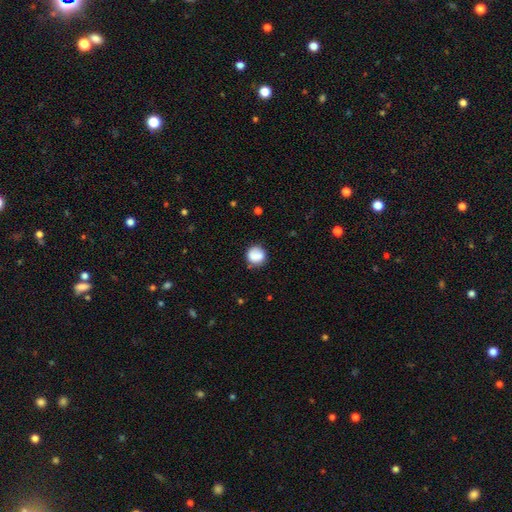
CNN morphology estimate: Q: Smooth or featured?
A: smooth (81%); runner-up: featured or disk (11%)
Q: How rounded?
A: round (87%); runner-up: in between (12%)
Q: Merging?
A: none (74%); runner-up: minor disturbance (18%)